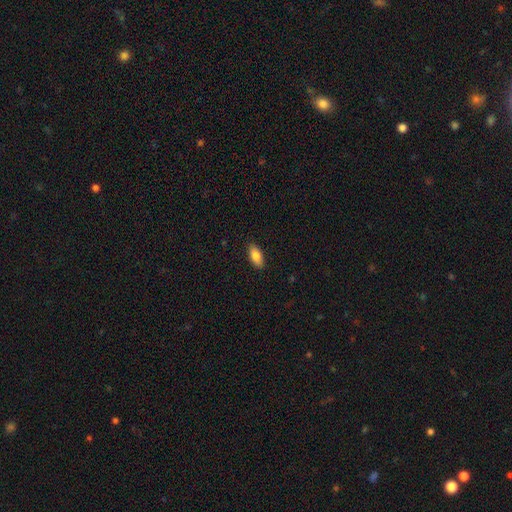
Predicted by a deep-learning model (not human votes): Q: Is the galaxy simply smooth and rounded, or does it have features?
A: smooth — 82%.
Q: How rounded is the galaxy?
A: in between — 88%.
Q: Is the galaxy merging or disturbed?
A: none — 89%.